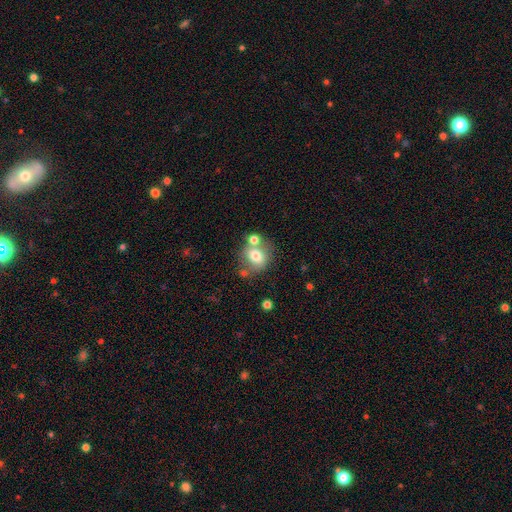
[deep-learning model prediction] A smooth galaxy with no disk features (70%) that is round (68%).

Vote fractions:
- Smooth or featured? smooth: 70% / featured or disk: 20% / star or artifact: 10%
- How rounded? round: 68% / in between: 31% / cigar-shaped: 1%
- Merging? none: 55% / merger: 26% / minor disturbance: 14% / major disturbance: 5%